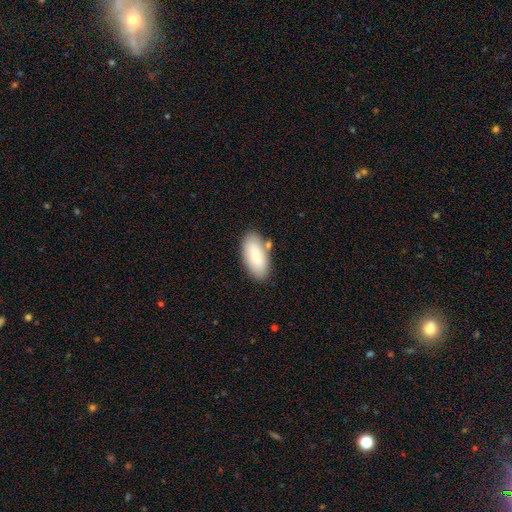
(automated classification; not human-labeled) This is clearly a smooth galaxy (80%). How rounded: clearly in between (90%). Merging: likely none (77%).